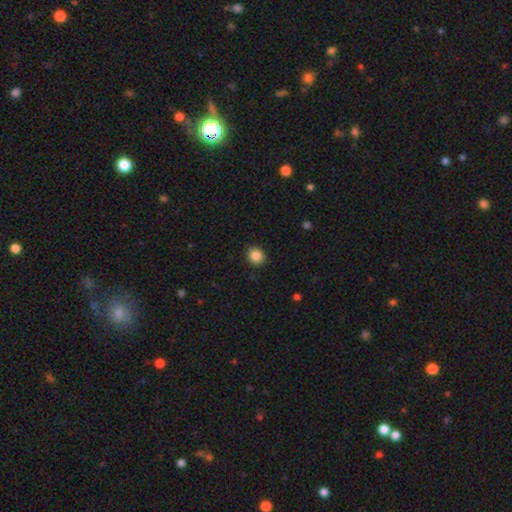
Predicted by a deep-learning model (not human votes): Q: Smooth or featured?
A: smooth (86%); runner-up: star or artifact (10%)
Q: How rounded?
A: round (77%); runner-up: in between (22%)
Q: Merging?
A: none (91%); runner-up: minor disturbance (6%)